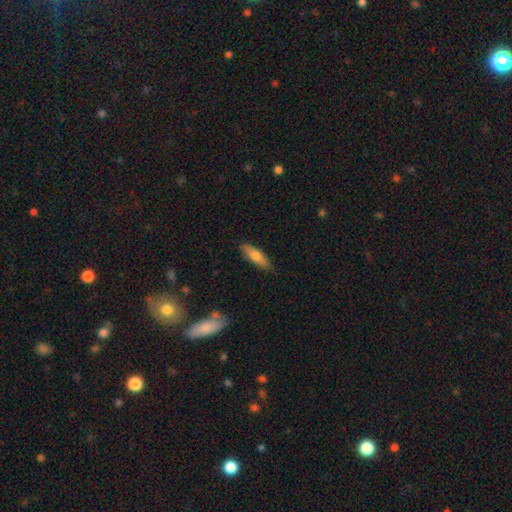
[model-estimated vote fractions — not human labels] Smooth or featured: smooth — 69% (featured or disk — 25%)
How rounded: cigar-shaped — 54% (in between — 44%)
Merging: none — 87% (minor disturbance — 10%)